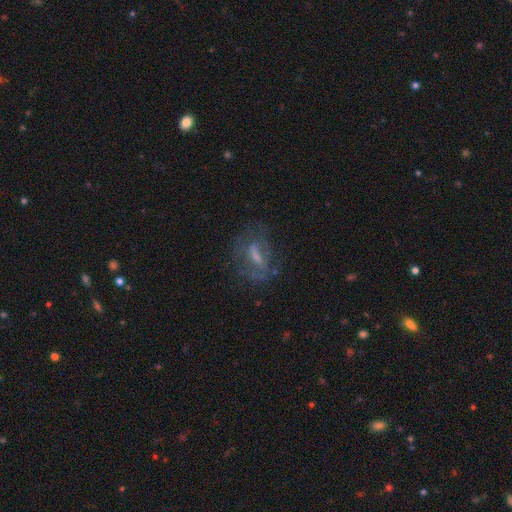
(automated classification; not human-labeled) Smooth or featured? Predicted: featured or disk (p=0.53). Edge-on disk? Predicted: no (p=0.83). Merging? Predicted: none (p=0.63).